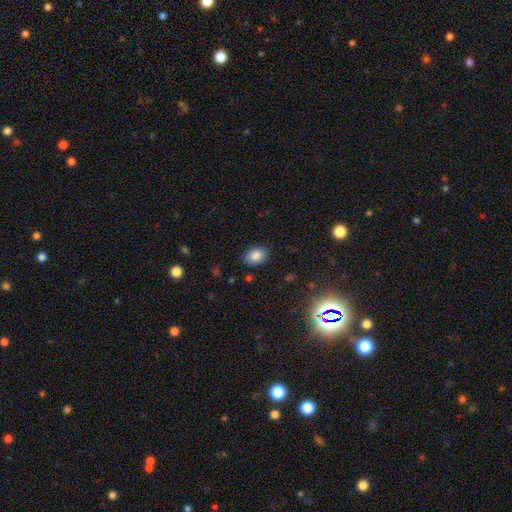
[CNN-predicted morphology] type=smooth (84%); roundness=in between (75%); merging=none (87%).